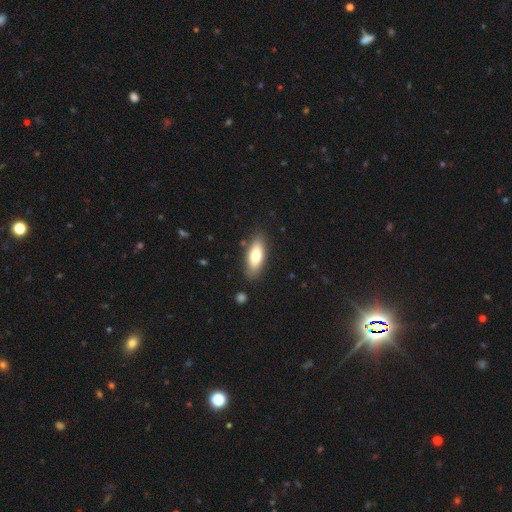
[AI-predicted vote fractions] Overall: smooth (72%). How rounded: in between (75%). Merging: none (84%).